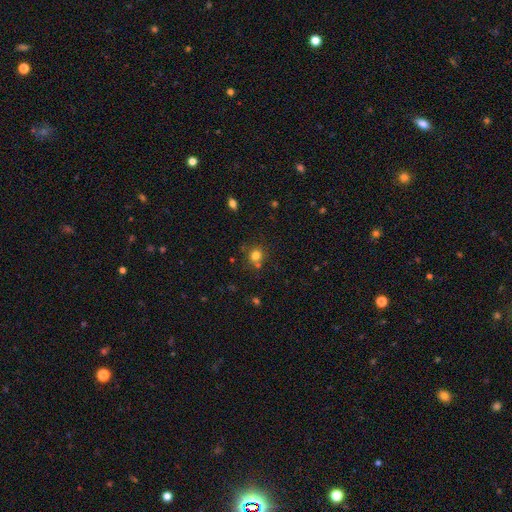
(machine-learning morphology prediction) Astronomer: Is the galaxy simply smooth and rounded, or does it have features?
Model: smooth — 78%.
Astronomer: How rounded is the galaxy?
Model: round — 88%.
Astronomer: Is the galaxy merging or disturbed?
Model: none — 72%.